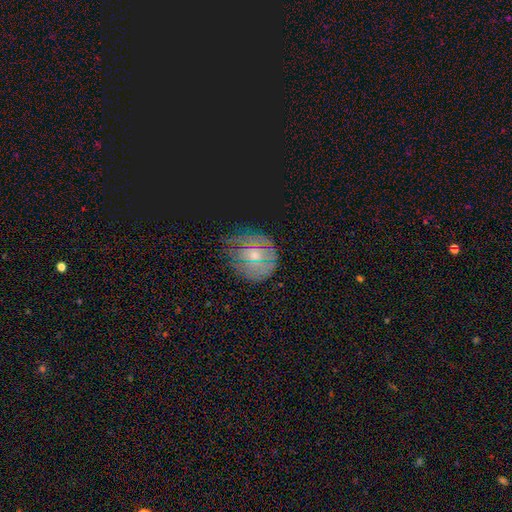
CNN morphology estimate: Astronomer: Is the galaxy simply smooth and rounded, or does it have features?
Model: featured or disk — 40% (runner-up: smooth, 32%).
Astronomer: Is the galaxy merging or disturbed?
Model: none — 71%.